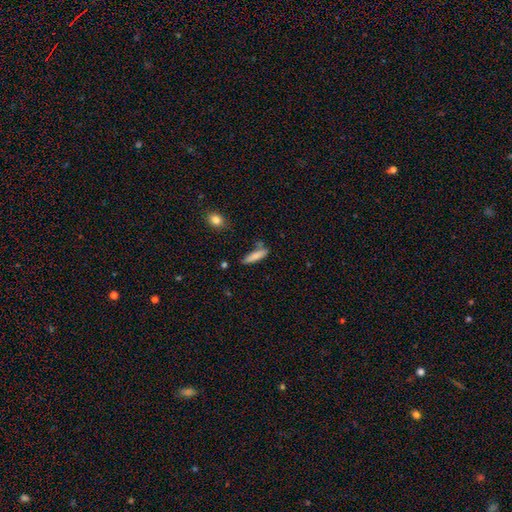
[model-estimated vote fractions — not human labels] This appears to be a smooth galaxy with no disk features (81%) that is cigar-shaped (78%). Merging: none (67%).